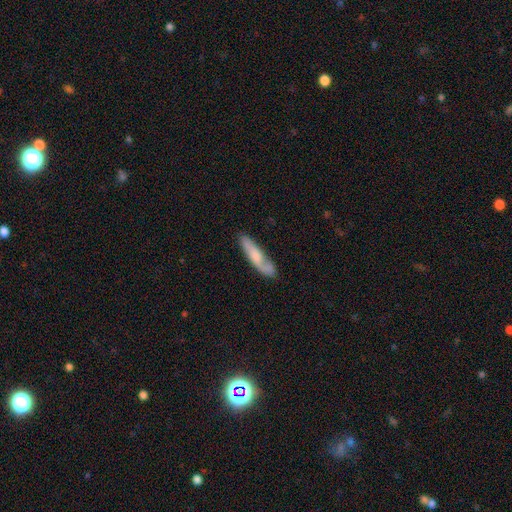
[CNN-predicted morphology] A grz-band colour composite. It shows a smooth galaxy with no disk features (48%). Merging: none (70%).